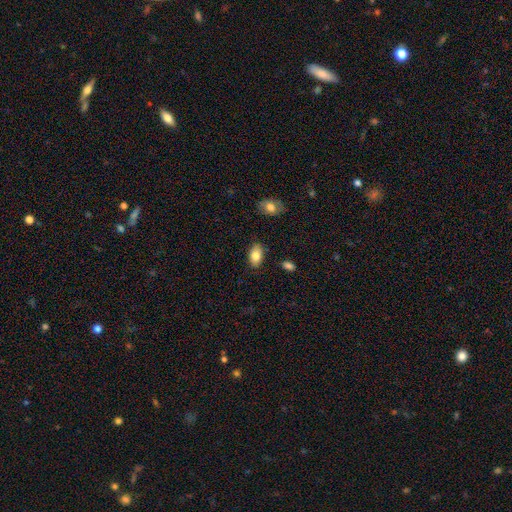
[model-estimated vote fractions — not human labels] Smooth or featured? smooth (81%)
How rounded? in between (91%)
Merging? none (85%)